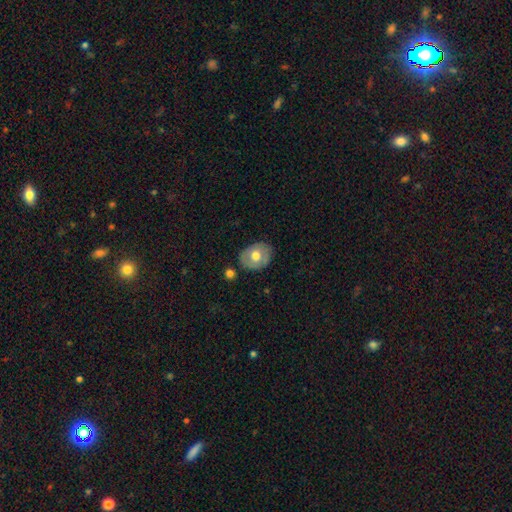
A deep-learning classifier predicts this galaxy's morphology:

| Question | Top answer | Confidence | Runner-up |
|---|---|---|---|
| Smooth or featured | smooth | 55% | featured or disk (38%) |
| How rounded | in between | 59% | round (41%) |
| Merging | none | 77% | minor disturbance (16%) |